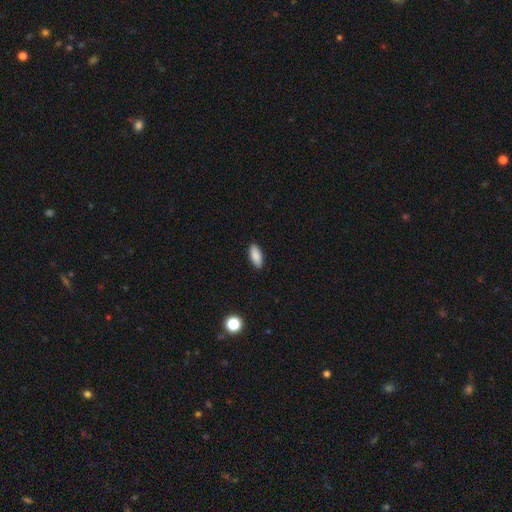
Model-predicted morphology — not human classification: smooth 88%, star or artifact 7%, featured or disk 5%. Down the decision tree: how rounded — in between (84%); merging — none (90%).